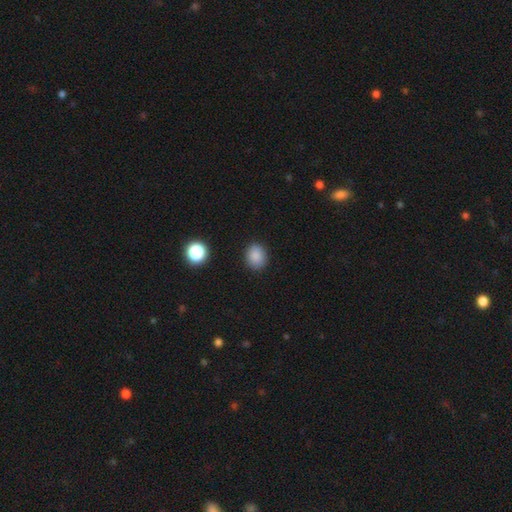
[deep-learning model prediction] A smooth galaxy with no disk features (86%) that is round (57%). Merging: none (88%).